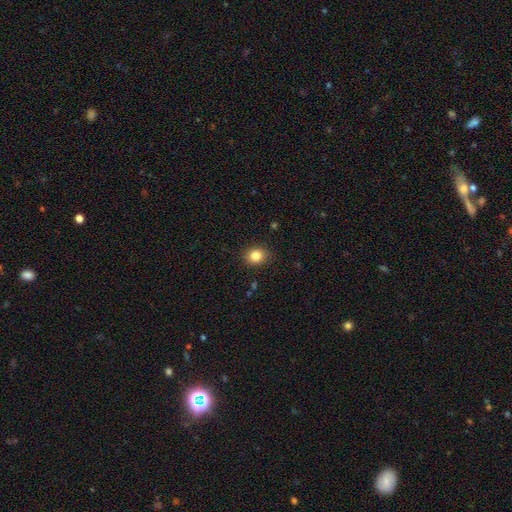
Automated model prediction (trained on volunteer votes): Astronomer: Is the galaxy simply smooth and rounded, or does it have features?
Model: smooth — 83%.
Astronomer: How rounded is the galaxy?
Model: round — 68%.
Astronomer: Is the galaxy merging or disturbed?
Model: none — 88%.